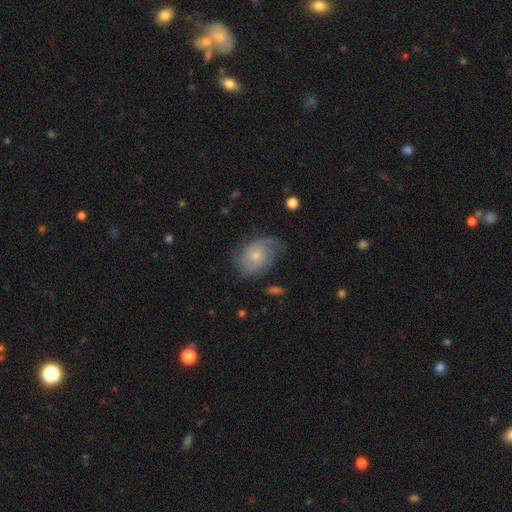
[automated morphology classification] Smooth or featured?
  - featured or disk: 70% *
  - smooth: 24%
  - star or artifact: 7%
Edge-on disk?
  - no: 97% *
  - yes: 3%
Bar?
  - no: 76% *
  - weak: 22%
  - strong: 2%
Spiral arms?
  - yes: 92% *
  - no: 8%
Spiral winding?
  - tight: 40% *
  - medium: 39%
  - loose: 21%
Spiral arm count?
  - 2: 44% *
  - can't tell: 23%
  - 1: 16%
  - 3: 11%
  - 4: 3%
  - more than 4: 3%
Bulge size?
  - small: 61% *
  - moderate: 31%
  - none: 4%
  - large: 2%
  - dominant: 1%
Merging?
  - none: 60% *
  - minor disturbance: 25%
  - major disturbance: 14%
  - merger: 2%